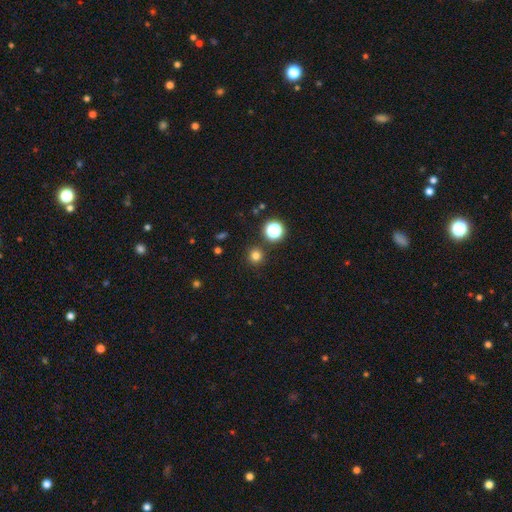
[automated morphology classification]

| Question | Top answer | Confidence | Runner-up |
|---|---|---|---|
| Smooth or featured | smooth | 77% | star or artifact (18%) |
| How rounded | round | 95% | in between (4%) |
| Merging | none | 90% | minor disturbance (5%) |